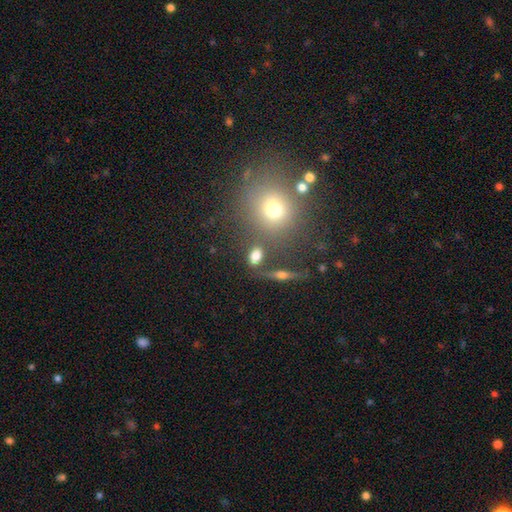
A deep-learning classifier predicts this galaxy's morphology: Smooth or featured?
  - smooth: 74% *
  - star or artifact: 14%
  - featured or disk: 13%
How rounded?
  - in between: 64% *
  - round: 29%
  - cigar-shaped: 6%
Merging?
  - none: 72% *
  - minor disturbance: 12%
  - merger: 11%
  - major disturbance: 5%